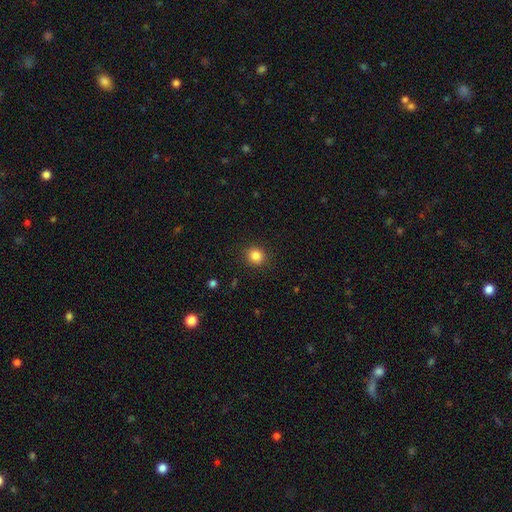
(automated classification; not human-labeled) Smooth or featured: smooth — 84% (star or artifact — 11%)
How rounded: round — 87% (in between — 12%)
Merging: none — 90% (minor disturbance — 6%)